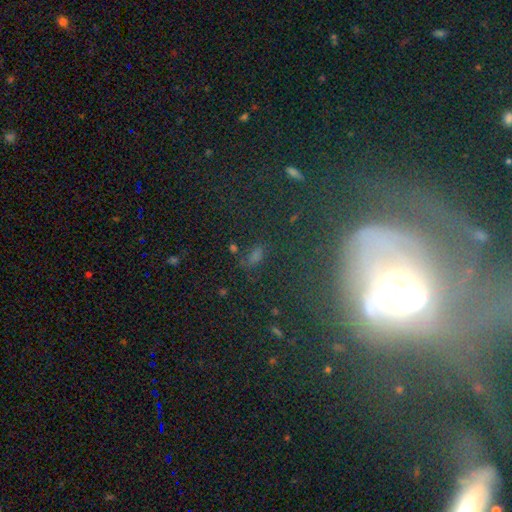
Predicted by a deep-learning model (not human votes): Smooth or featured? Predicted: smooth (p=0.43). Merging? Predicted: none (p=0.69).